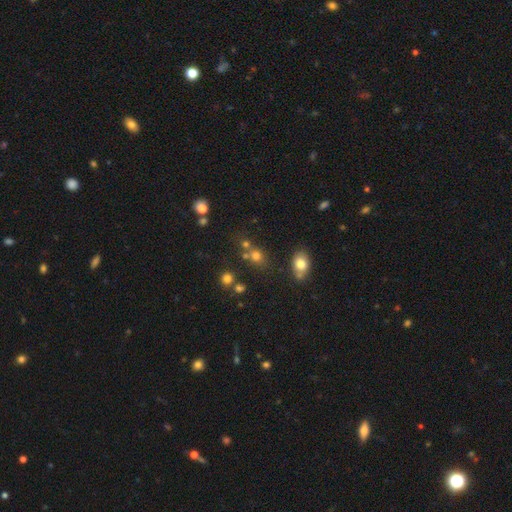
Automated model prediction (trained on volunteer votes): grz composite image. It shows a smooth galaxy with no disk features (68%) that is round (71%). Merging: none (56%).